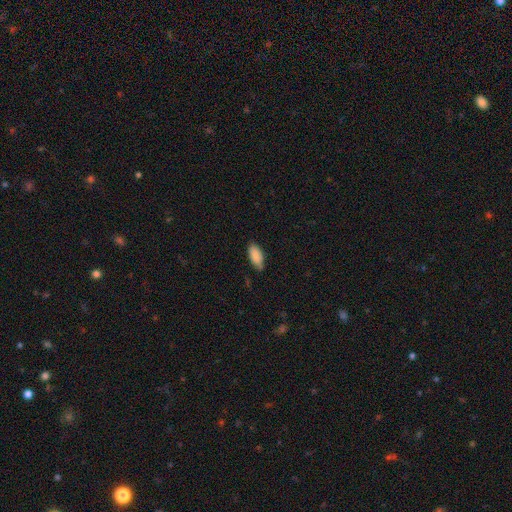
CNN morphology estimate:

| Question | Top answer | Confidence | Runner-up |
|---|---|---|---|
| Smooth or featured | smooth | 89% | star or artifact (7%) |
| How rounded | in between | 89% | cigar-shaped (9%) |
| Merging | none | 73% | minor disturbance (22%) |